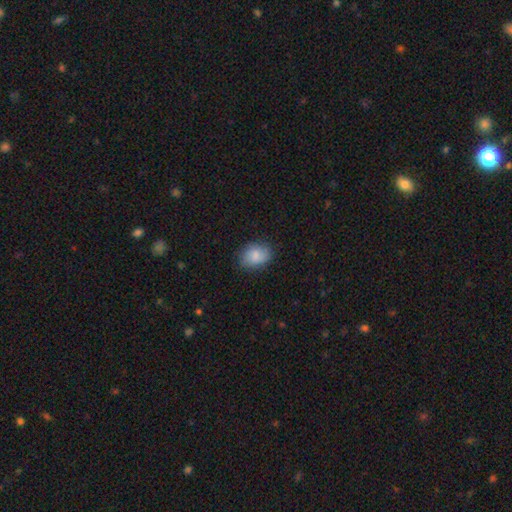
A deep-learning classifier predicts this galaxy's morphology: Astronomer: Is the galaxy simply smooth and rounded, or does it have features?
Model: smooth — 81%.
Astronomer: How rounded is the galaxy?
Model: in between — 72%.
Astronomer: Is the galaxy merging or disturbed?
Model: none — 78%.